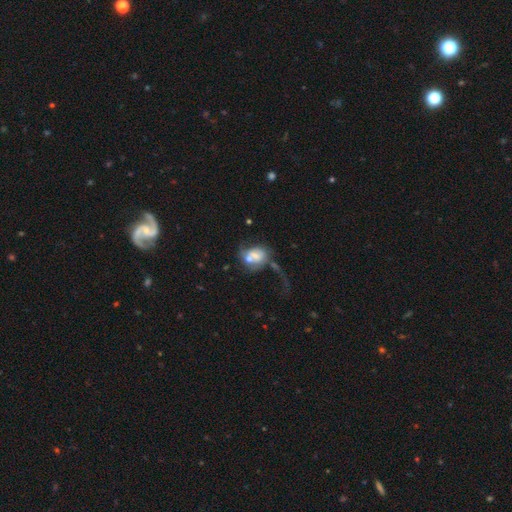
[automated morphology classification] smooth-or-featured: smooth: 46% | featured or disk: 43% | star or artifact: 11%
  merging: merger: 44% | major disturbance: 28% | none: 17% | minor disturbance: 11%